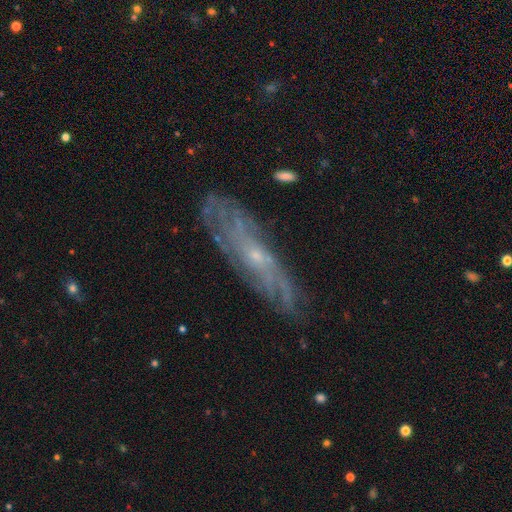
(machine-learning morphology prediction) A featured or disk galaxy (79%) with no bar (74%), tight (59%) spiral arms (87%) and a small central bulge (80%).

Vote fractions:
- Smooth or featured? featured or disk: 79% / smooth: 14% / star or artifact: 7%
- Edge-on disk? no: 74% / yes: 26%
- Bar? no: 74% / weak: 22% / strong: 4%
- Spiral arms? yes: 87% / no: 13%
- Spiral winding? tight: 59% / medium: 30% / loose: 11%
- Spiral arm count? can't tell: 56% / 2: 11% / 4: 11% / 3: 9% / more than 4: 8% / 1: 5%
- Bulge size? small: 80% / moderate: 16% / none: 3% / large: 1% / dominant: 1%
- Merging? none: 76% / minor disturbance: 17% / major disturbance: 5% / merger: 2%